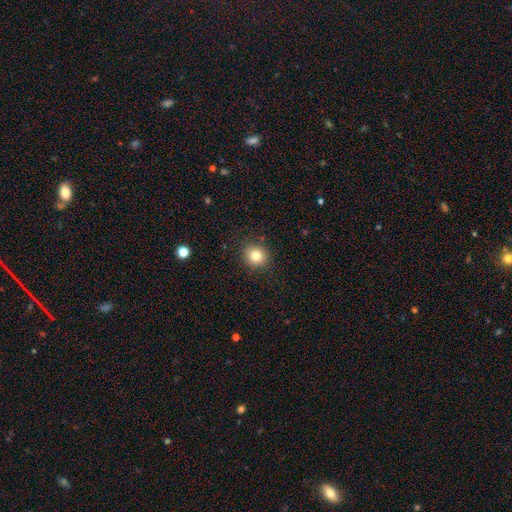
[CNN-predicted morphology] Smooth or featured? smooth (81%)
How rounded? round (83%)
Merging? none (88%)